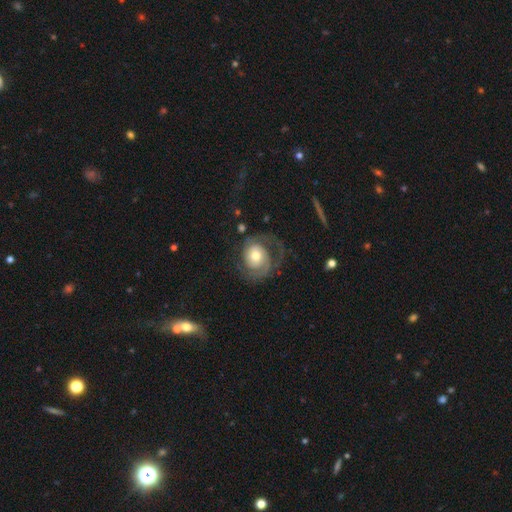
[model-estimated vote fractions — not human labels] This is likely a featured or disk galaxy (78%). It is clearly not viewed edge-on (98%). Bar: likely no (72%). Spiral arm pattern: clearly yes (93%). Spiral arm count: likely 2 (68%). Spiral winding: marginally tight (42%). Central bulge: likely moderate (67%). Merging: possibly none (58%).